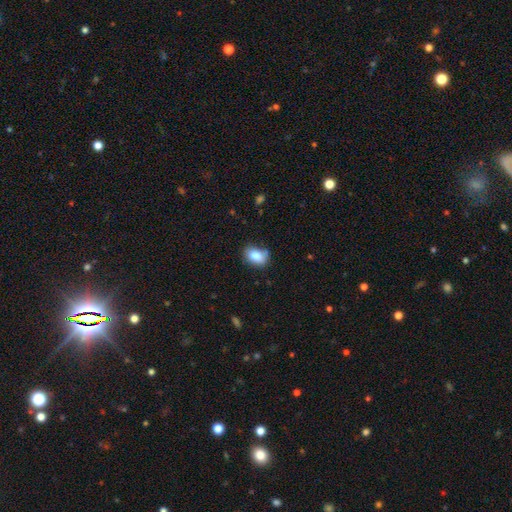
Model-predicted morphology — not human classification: A smooth galaxy with no disk features (82%) that is in between round and cigar-shaped (73%).

Vote fractions:
- Smooth or featured? smooth: 82% / featured or disk: 10% / star or artifact: 9%
- How rounded? in between: 73% / round: 26% / cigar-shaped: 1%
- Merging? none: 60% / minor disturbance: 27% / major disturbance: 7% / merger: 6%